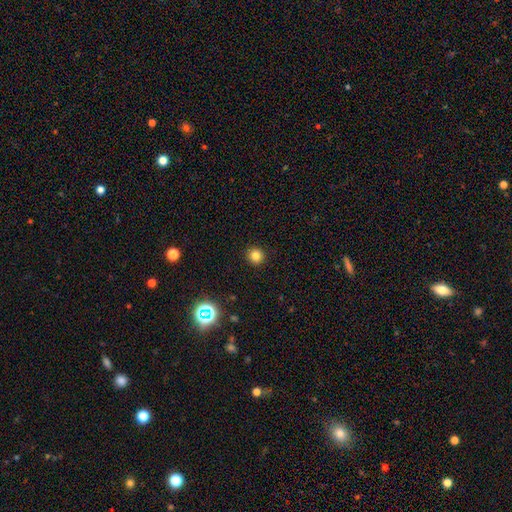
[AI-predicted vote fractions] smooth 81%, star or artifact 14%, featured or disk 5%. Down the decision tree: how rounded — round (93%); merging — none (93%).